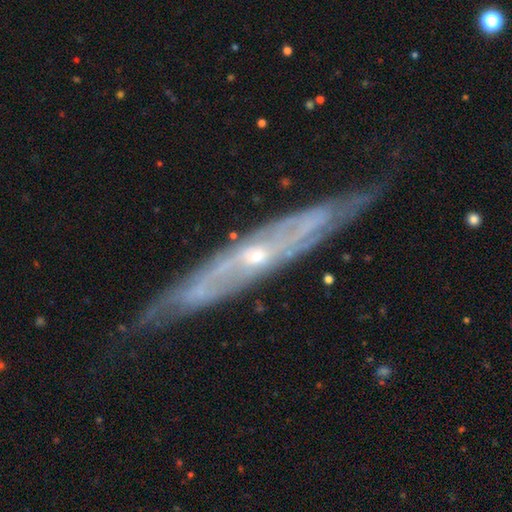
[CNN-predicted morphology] A featured or disk galaxy (82%) viewed edge-on (56%).

Vote fractions:
- Smooth or featured? featured or disk: 82% / smooth: 11% / star or artifact: 8%
- Edge-on disk? yes: 56% / no: 44%
- Merging? none: 79% / minor disturbance: 16% / major disturbance: 4% / merger: 2%